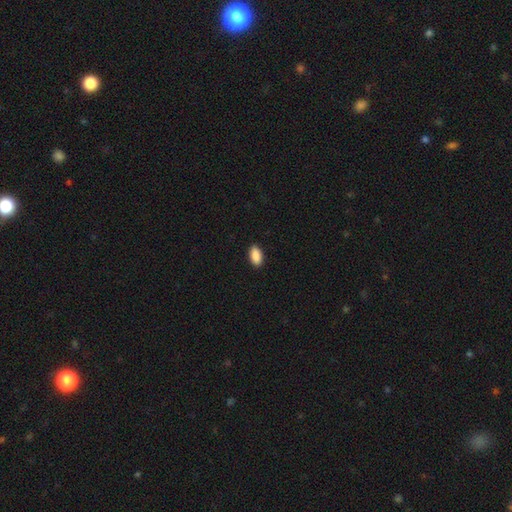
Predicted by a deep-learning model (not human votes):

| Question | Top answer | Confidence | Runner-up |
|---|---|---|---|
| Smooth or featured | smooth | 90% | star or artifact (7%) |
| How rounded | in between | 94% | round (3%) |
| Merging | none | 90% | minor disturbance (7%) |